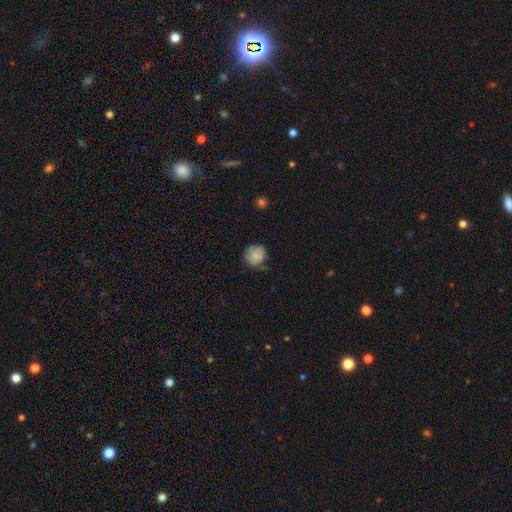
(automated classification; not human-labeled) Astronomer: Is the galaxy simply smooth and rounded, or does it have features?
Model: smooth — 81%.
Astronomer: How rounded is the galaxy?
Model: round — 86%.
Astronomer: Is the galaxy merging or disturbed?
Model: none — 71%.